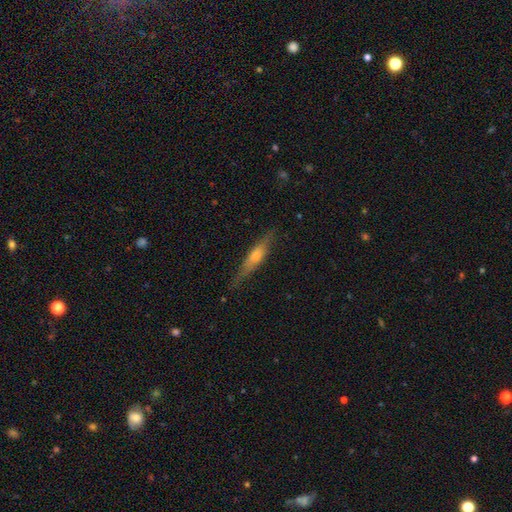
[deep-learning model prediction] Q: Smooth or featured?
A: featured or disk (58%); runner-up: smooth (36%)
Q: Edge-on disk?
A: yes (92%); runner-up: no (8%)
Q: Edge-on bulge?
A: rounded (85%); runner-up: none (10%)
Q: Merging?
A: none (82%); runner-up: minor disturbance (14%)